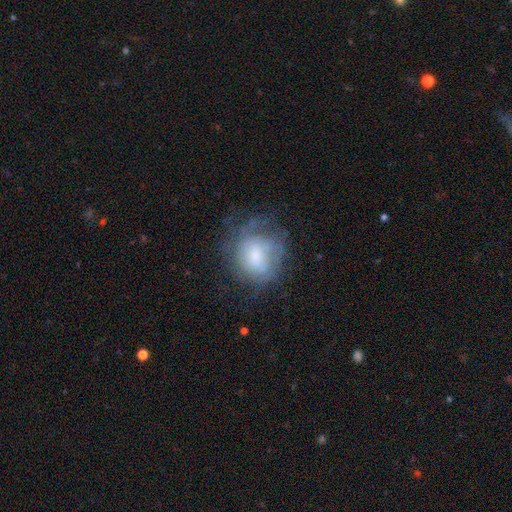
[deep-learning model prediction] Smooth or featured?
  - smooth: 46% *
  - featured or disk: 44%
  - star or artifact: 10%
Merging?
  - none: 52% *
  - minor disturbance: 25%
  - major disturbance: 21%
  - merger: 2%